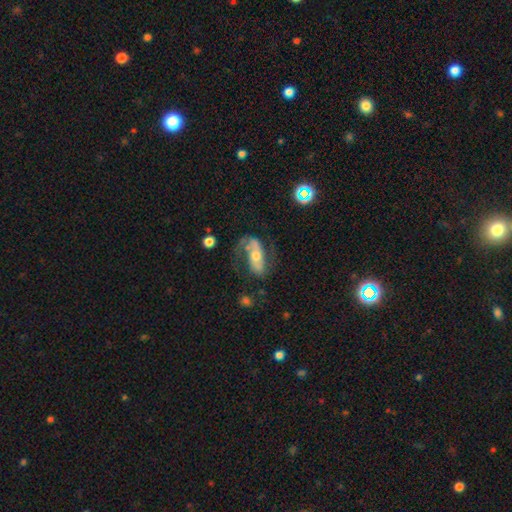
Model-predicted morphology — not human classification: Q: Smooth or featured?
A: featured or disk (71%); runner-up: smooth (21%)
Q: Edge-on disk?
A: no (89%); runner-up: yes (11%)
Q: Bar?
A: no (40%); runner-up: strong (33%)
Q: Spiral arms?
A: yes (85%); runner-up: no (15%)
Q: Spiral winding?
A: loose (44%); runner-up: medium (39%)
Q: Spiral arm count?
A: 2 (80%); runner-up: 1 (10%)
Q: Bulge size?
A: moderate (56%); runner-up: small (34%)
Q: Merging?
A: none (54%); runner-up: major disturbance (22%)